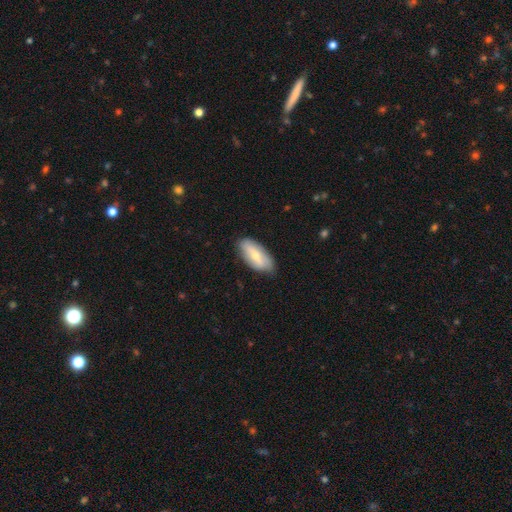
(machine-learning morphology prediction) Smooth or featured: smooth — 62% (featured or disk — 32%)
How rounded: in between — 89% (cigar-shaped — 9%)
Merging: none — 78% (minor disturbance — 18%)